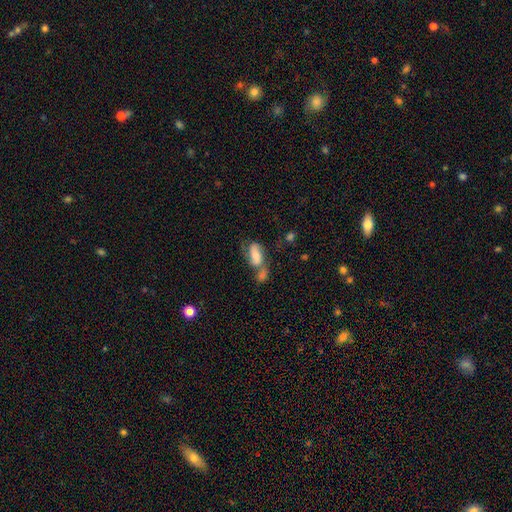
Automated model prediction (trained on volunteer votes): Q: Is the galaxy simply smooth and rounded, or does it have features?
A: smooth — 52%.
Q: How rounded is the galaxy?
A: in between — 86%.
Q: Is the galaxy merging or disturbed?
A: merger — 53%.